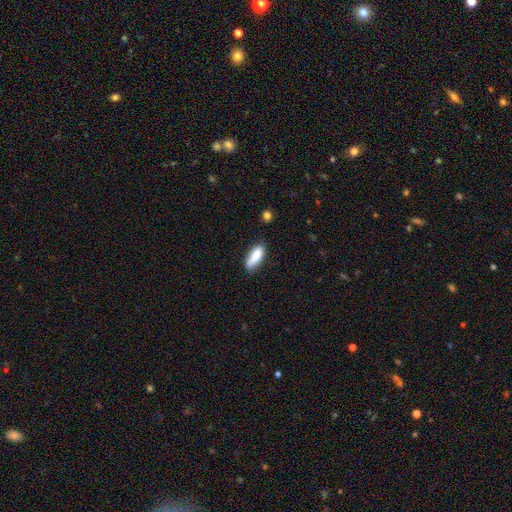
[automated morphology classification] A smooth galaxy with no disk features (85%) that is in between round and cigar-shaped (67%).

Vote fractions:
- Smooth or featured? smooth: 85% / featured or disk: 8% / star or artifact: 7%
- How rounded? in between: 67% / cigar-shaped: 31% / round: 2%
- Merging? none: 67% / minor disturbance: 25% / major disturbance: 5% / merger: 3%